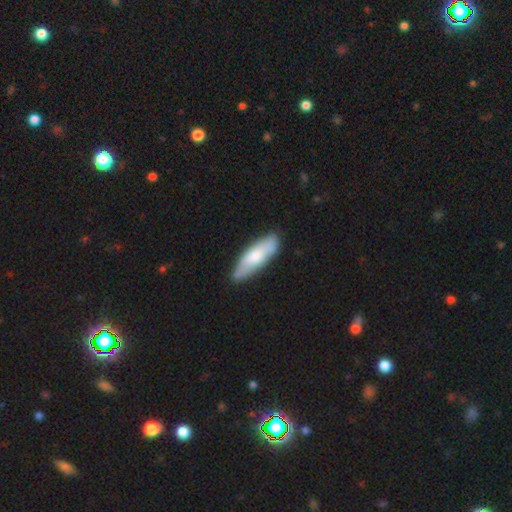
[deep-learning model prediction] Q: Smooth or featured?
A: smooth (64%); runner-up: featured or disk (31%)
Q: How rounded?
A: cigar-shaped (51%); runner-up: in between (47%)
Q: Merging?
A: none (78%); runner-up: minor disturbance (17%)